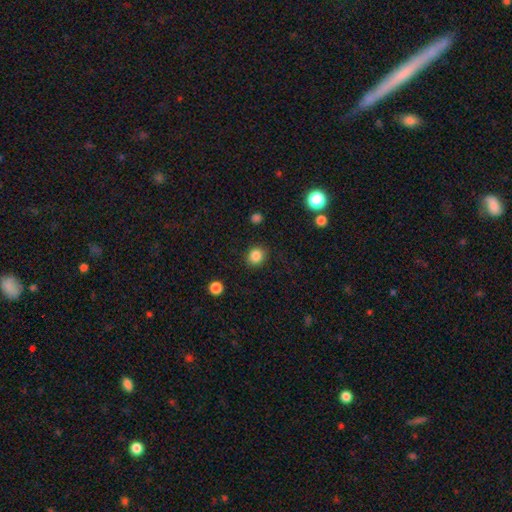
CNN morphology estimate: A smooth galaxy with no disk features (85%) that is round (83%). Merging: none (89%).